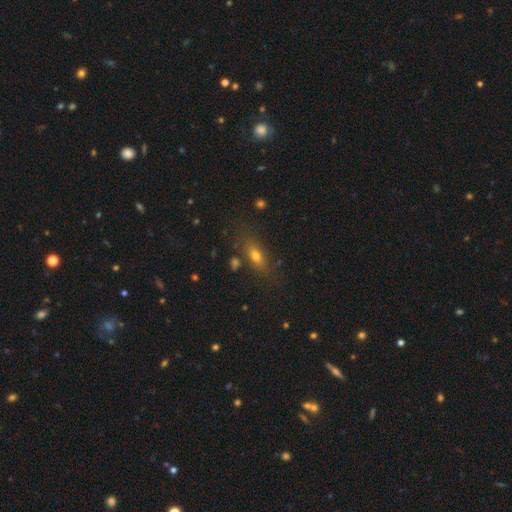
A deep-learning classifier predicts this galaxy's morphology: This appears to be a smooth galaxy with no disk features (66%) that is in between round and cigar-shaped (62%). Merging: none (76%).